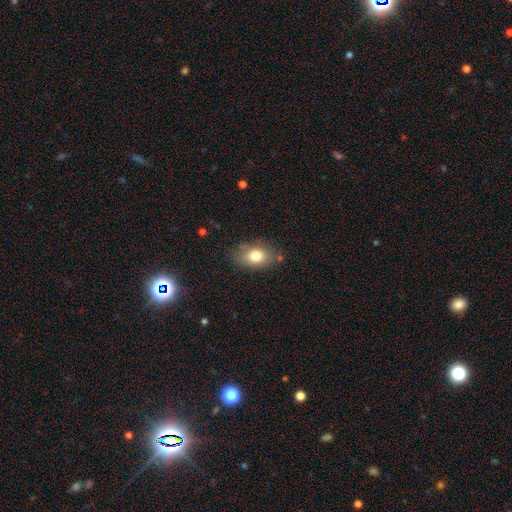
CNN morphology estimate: This appears to be a smooth galaxy with no disk features (78%) that is in between round and cigar-shaped (83%). Merging: none (75%).